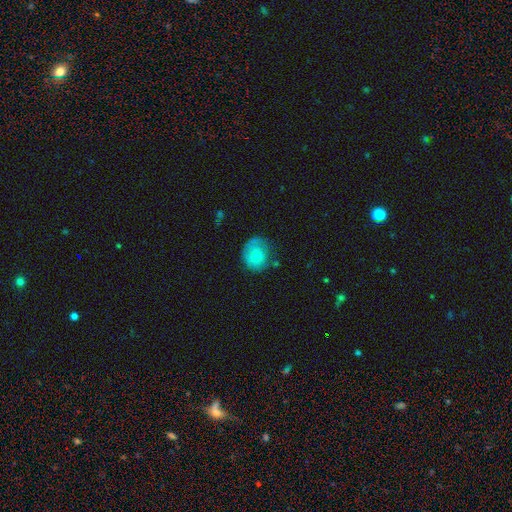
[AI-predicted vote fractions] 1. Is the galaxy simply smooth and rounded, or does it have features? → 68% smooth, 24% featured or disk, 8% star or artifact.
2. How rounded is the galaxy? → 72% round, 27% in between, 1% cigar-shaped.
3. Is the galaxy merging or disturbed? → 54% none, 28% minor disturbance, 15% major disturbance, 3% merger.